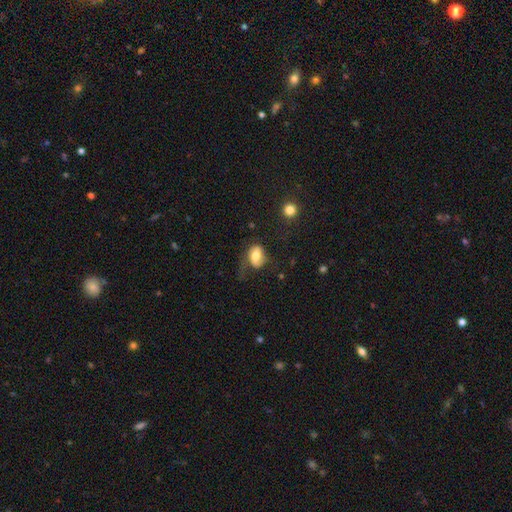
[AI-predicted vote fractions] Morphology: type=smooth (64%); roundness=in between (75%); merging=none (37%).